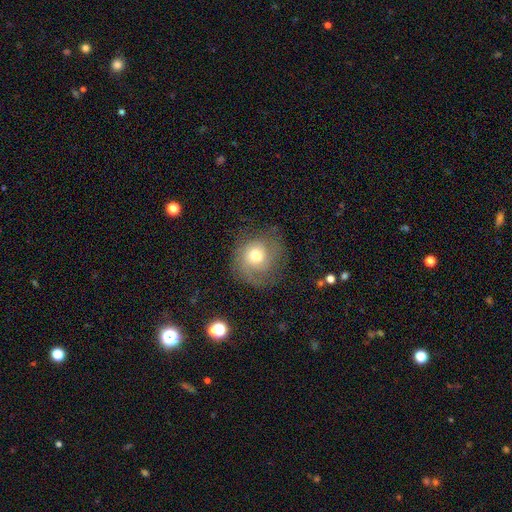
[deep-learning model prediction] A featured or disk galaxy (46%).

Vote fractions:
- Smooth or featured? featured or disk: 46% / smooth: 44% / star or artifact: 10%
- Merging? none: 65% / minor disturbance: 20% / major disturbance: 14% / merger: 1%